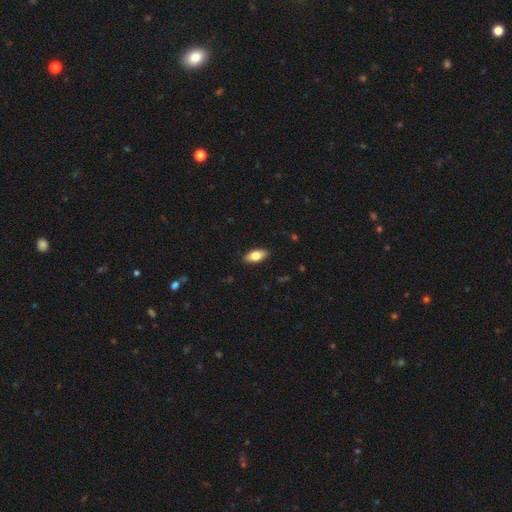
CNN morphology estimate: Smooth or featured? Predicted: smooth (p=0.79). How rounded? Predicted: in between (p=0.88). Merging? Predicted: none (p=0.89).